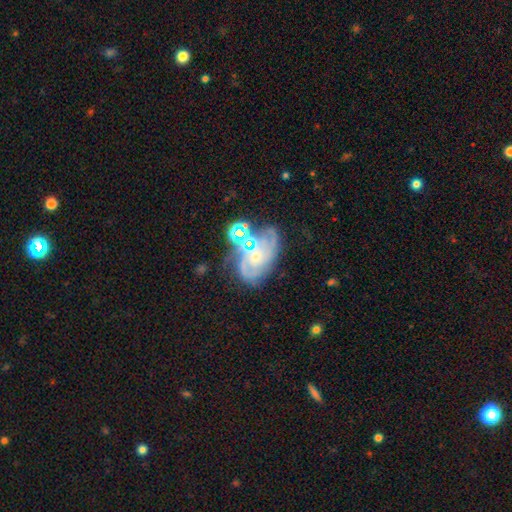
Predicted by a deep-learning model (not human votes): This appears to be a featured or disk galaxy (79%) with no bar (73%), tight (52%) spiral arms (92%) and a small central bulge (69%). Merging: none (47%).